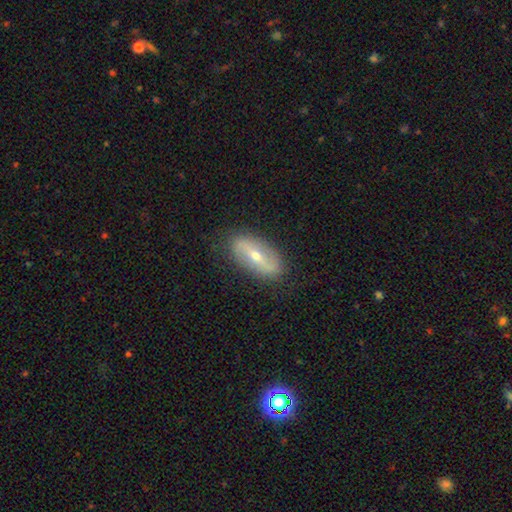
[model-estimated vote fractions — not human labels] smooth-or-featured: featured or disk: 67% | smooth: 27% | star or artifact: 6%
  disk-edge-on: no: 83% | yes: 17%
    bar: strong: 53% | weak: 28% | no: 19%
    has-spiral-arms: yes: 64% | no: 36%
    bulge-size: moderate: 53% | small: 44% | large: 2% | none: 1% | dominant: 1%
  merging: none: 86% | minor disturbance: 10% | major disturbance: 3% | merger: 1%